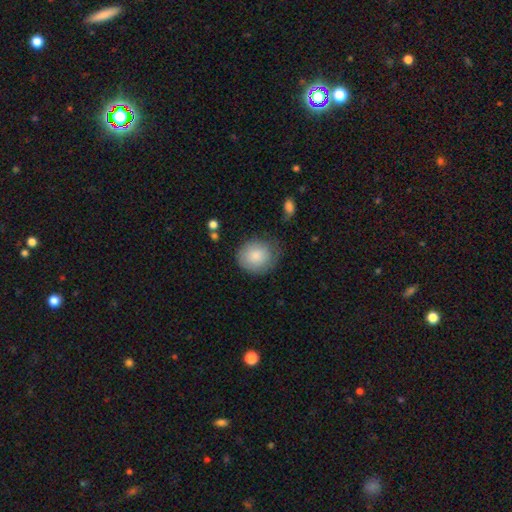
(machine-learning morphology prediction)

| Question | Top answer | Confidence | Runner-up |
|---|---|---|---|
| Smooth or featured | smooth | 84% | featured or disk (10%) |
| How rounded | round | 81% | in between (18%) |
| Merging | none | 68% | minor disturbance (23%) |